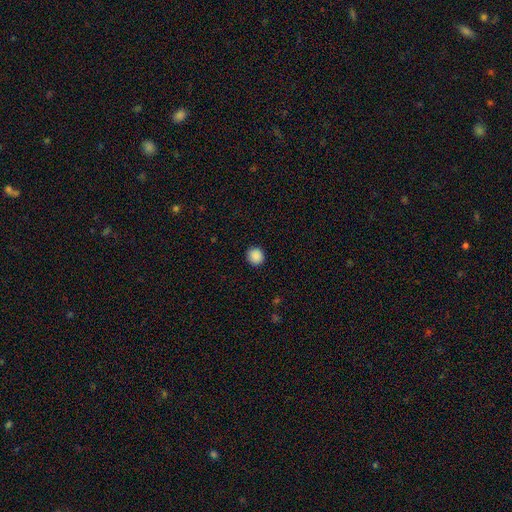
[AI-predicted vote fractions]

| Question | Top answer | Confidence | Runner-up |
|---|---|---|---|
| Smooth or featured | smooth | 89% | star or artifact (9%) |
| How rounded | round | 91% | in between (8%) |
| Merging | none | 92% | minor disturbance (5%) |